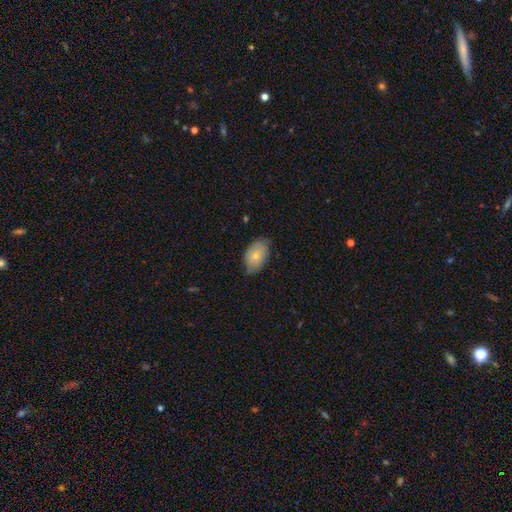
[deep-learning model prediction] A smooth galaxy with no disk features (75%) that is in between round and cigar-shaped (90%). Merging: none (74%).